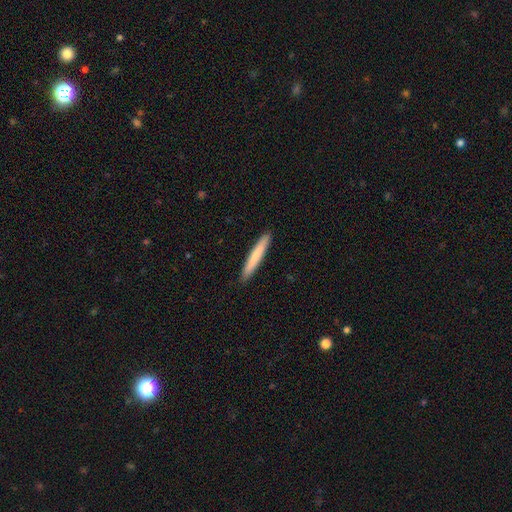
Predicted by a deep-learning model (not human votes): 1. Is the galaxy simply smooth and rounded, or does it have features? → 72% smooth, 23% featured or disk, 5% star or artifact.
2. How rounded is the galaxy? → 96% cigar-shaped, 3% in between, 1% round.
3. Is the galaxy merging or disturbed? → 92% none, 6% minor disturbance, 1% major disturbance, 1% merger.